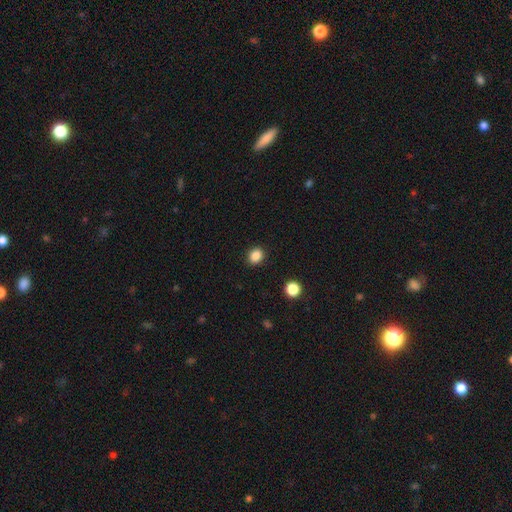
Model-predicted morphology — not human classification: A smooth galaxy with no disk features (86%) that is round (66%). Merging: none (91%).